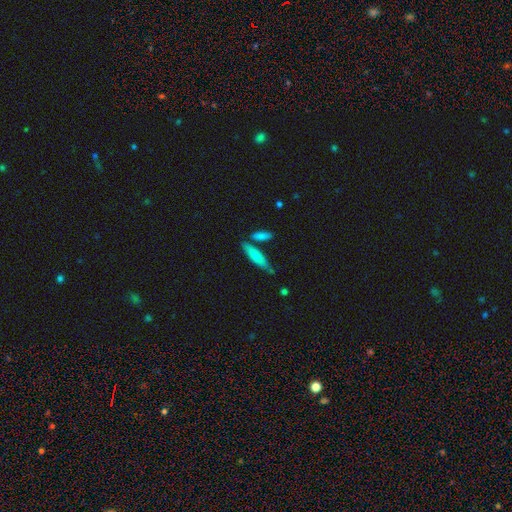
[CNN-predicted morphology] This appears to be a smooth galaxy with no disk features (66%) that is cigar-shaped (73%). Merging: none (69%).